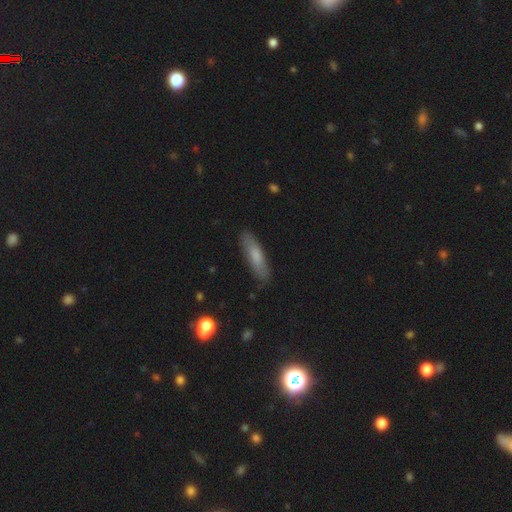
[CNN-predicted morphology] smooth_or_featured: smooth (p=0.72) [alt: featured or disk p=0.21]
how_rounded: cigar-shaped (p=0.69) [alt: in between p=0.30]
merging: none (p=0.84) [alt: minor disturbance p=0.12]